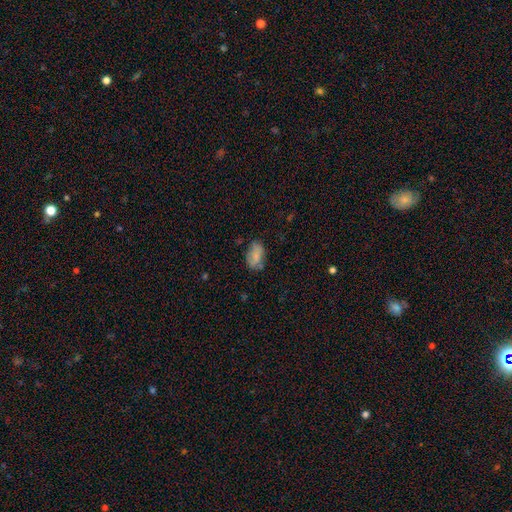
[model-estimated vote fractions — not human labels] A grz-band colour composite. It shows a smooth galaxy with no disk features (75%) that is in between round and cigar-shaped (89%). Merging: none (59%).